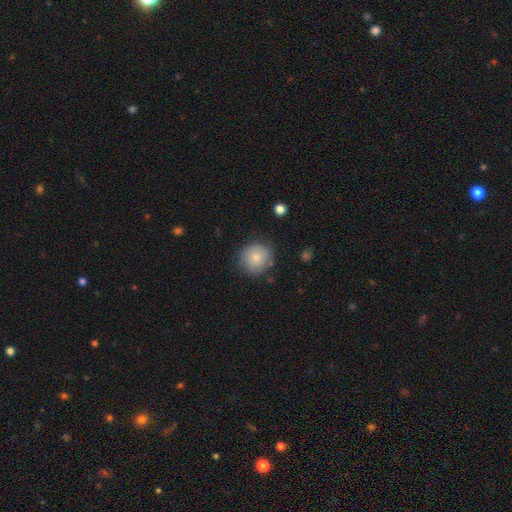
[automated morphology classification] Overall: smooth (81%). How rounded: round (91%). Merging: none (82%).